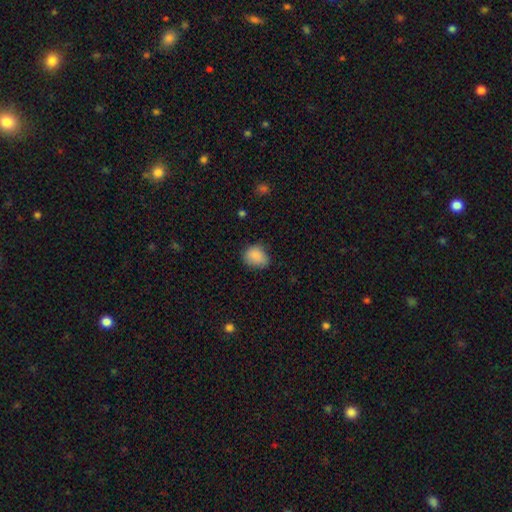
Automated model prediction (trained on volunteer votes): A smooth galaxy with no disk features (87%) that is round (53%).

Vote fractions:
- Smooth or featured? smooth: 87% / star or artifact: 8% / featured or disk: 5%
- How rounded? round: 53% / in between: 46% / cigar-shaped: 1%
- Merging? none: 66% / minor disturbance: 27% / major disturbance: 5% / merger: 1%